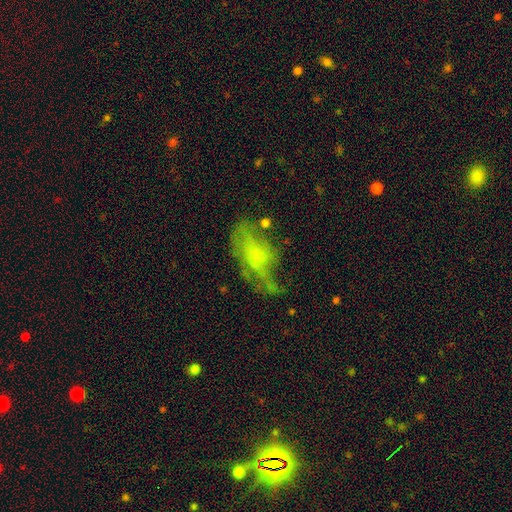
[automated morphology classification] Smooth or featured? featured or disk (50%)
Merging? major disturbance (42%)